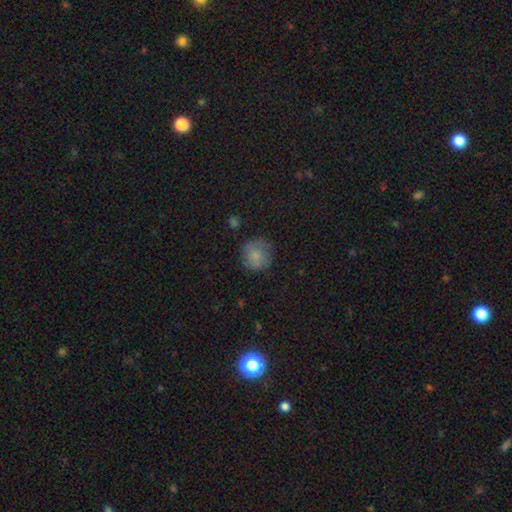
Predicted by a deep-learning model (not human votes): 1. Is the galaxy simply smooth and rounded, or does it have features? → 77% smooth, 14% featured or disk, 9% star or artifact.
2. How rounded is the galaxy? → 90% round, 9% in between, 1% cigar-shaped.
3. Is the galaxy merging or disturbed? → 73% none, 19% minor disturbance, 6% major disturbance, 2% merger.